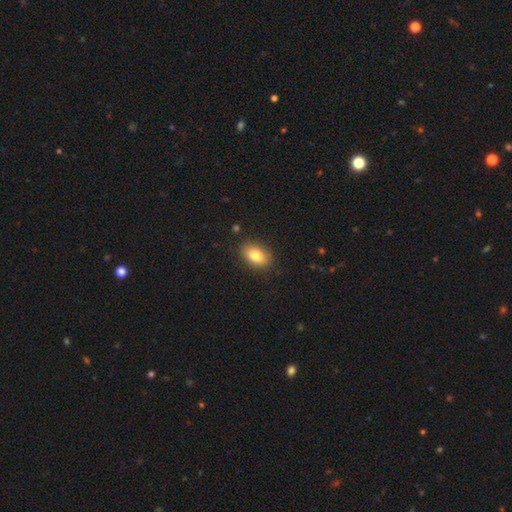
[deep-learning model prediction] Smooth or featured? Predicted: smooth (p=0.82). How rounded? Predicted: in between (p=0.88). Merging? Predicted: none (p=0.87).